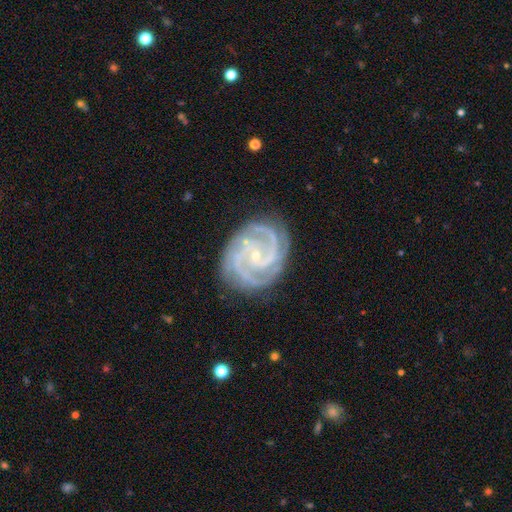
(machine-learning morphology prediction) A featured or disk galaxy (92%) with no bar (57%), 3 (38%) tight (67%) spiral arms (99%) and a small central bulge (85%).

Vote fractions:
- Smooth or featured? featured or disk: 92% / star or artifact: 5% / smooth: 3%
- Edge-on disk? no: 98% / yes: 2%
- Bar? no: 57% / weak: 30% / strong: 13%
- Spiral arms? yes: 99% / no: 1%
- Spiral winding? tight: 67% / medium: 30% / loose: 3%
- Spiral arm count? 3: 38% / 2: 32% / 4: 12% / can't tell: 7% / more than 4: 5% / 1: 5%
- Bulge size? small: 85% / moderate: 11% / none: 2% / large: 1% / dominant: 1%
- Merging? none: 80% / minor disturbance: 15% / major disturbance: 4% / merger: 1%